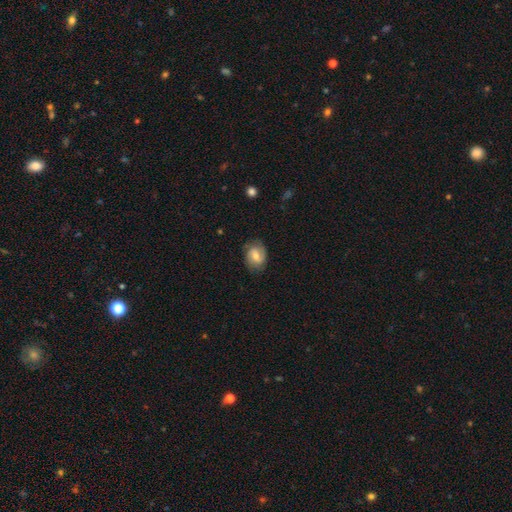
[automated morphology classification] This is possibly a smooth galaxy (47%). Merging: likely none (76%).